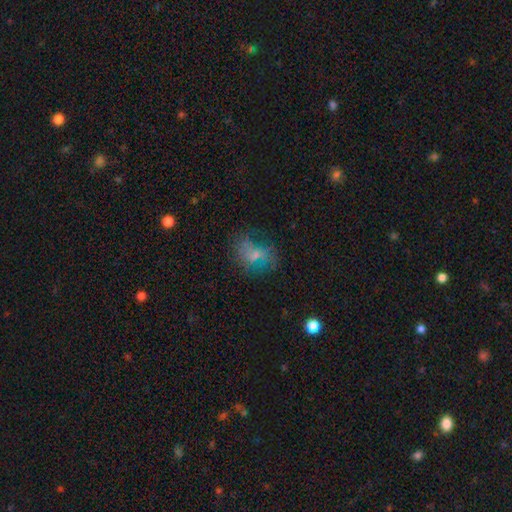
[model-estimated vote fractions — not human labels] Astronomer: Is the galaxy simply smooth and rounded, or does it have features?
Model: smooth — 46% (runner-up: featured or disk, 37%).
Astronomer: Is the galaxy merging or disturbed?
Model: none — 49%.